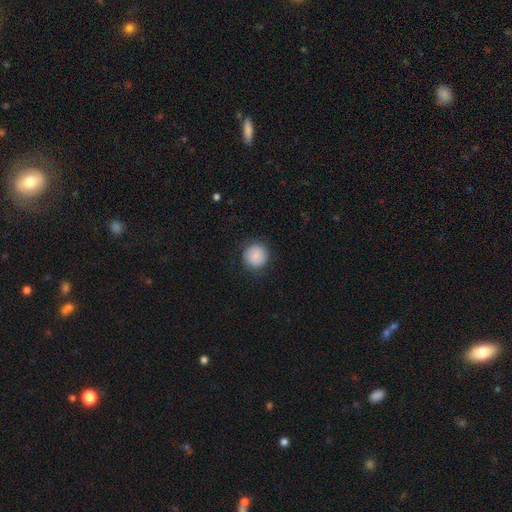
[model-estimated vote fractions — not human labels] The model was most divided on "merging": none: 86%, minor disturbance: 9%, major disturbance: 3%, merger: 1%. More confident: how rounded — round (93%); smooth or featured — smooth (87%).